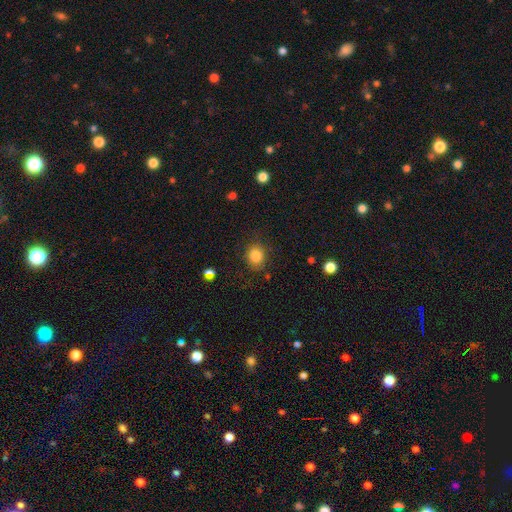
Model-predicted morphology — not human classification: smooth 84%, star or artifact 11%, featured or disk 6%. Down the decision tree: how rounded — round (72%); merging — none (82%).